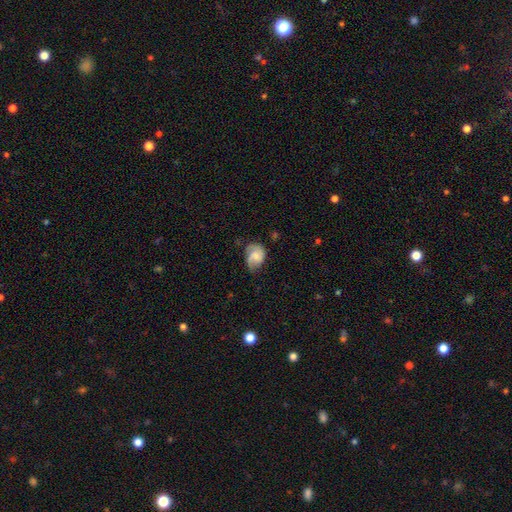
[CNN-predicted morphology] type=featured or disk (61%); edge-on=no (98%); bar=no (57%); spiral arms=yes (92%); winding=medium (43%); arm count=2 (58%); bulge=small (33%); merging=none (51%).